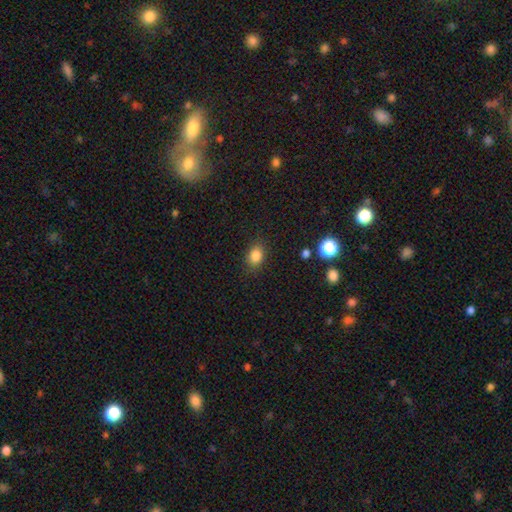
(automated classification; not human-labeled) Q: Smooth or featured?
A: smooth (84%); runner-up: star or artifact (11%)
Q: How rounded?
A: in between (68%); runner-up: round (31%)
Q: Merging?
A: none (85%); runner-up: minor disturbance (11%)